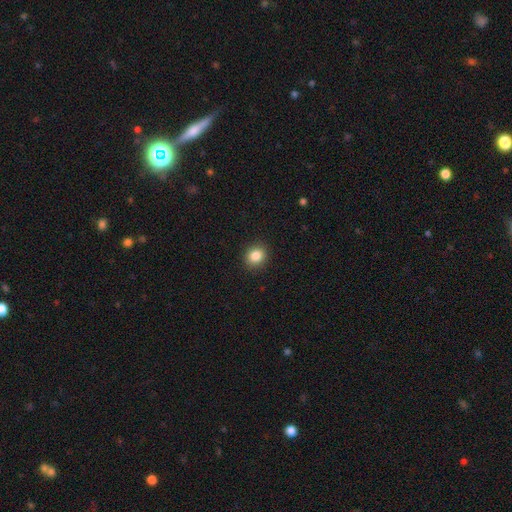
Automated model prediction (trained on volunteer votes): The model was most divided on "how rounded": round: 75%, in between: 24%, cigar-shaped: 1%. More confident: merging — none (91%); smooth or featured — smooth (85%).